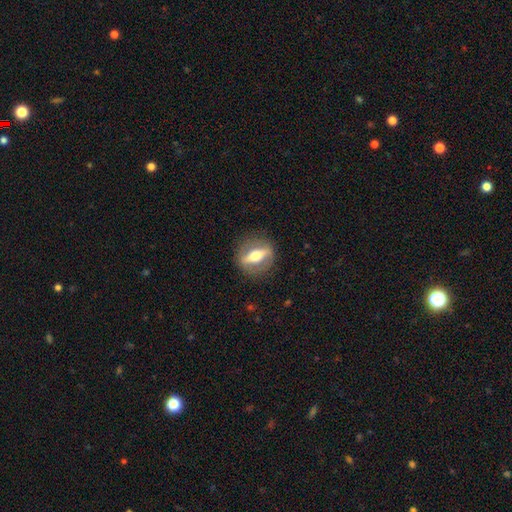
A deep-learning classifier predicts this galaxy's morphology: This is likely a featured or disk galaxy (69%). It is possibly viewed edge-on (56%). Merging: clearly none (85%).